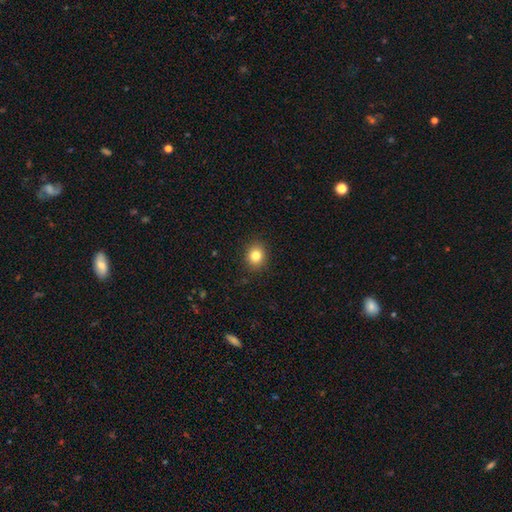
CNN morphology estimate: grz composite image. It shows a smooth galaxy with no disk features (82%) that is round (69%). Merging: none (90%).